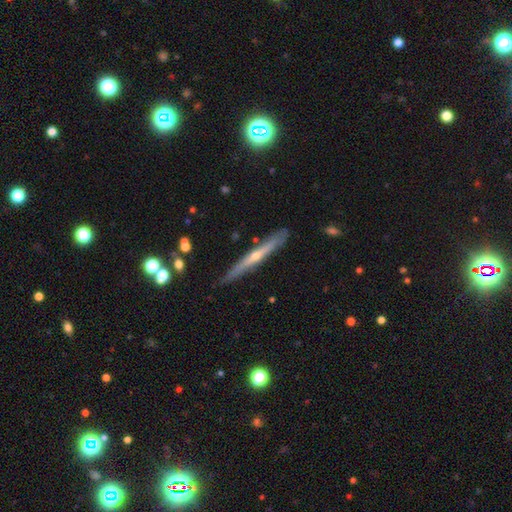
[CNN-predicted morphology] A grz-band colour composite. It shows a featured or disk galaxy (72%) viewed edge-on (96%) with a rounded central bulge (73%). Merging: none (86%).